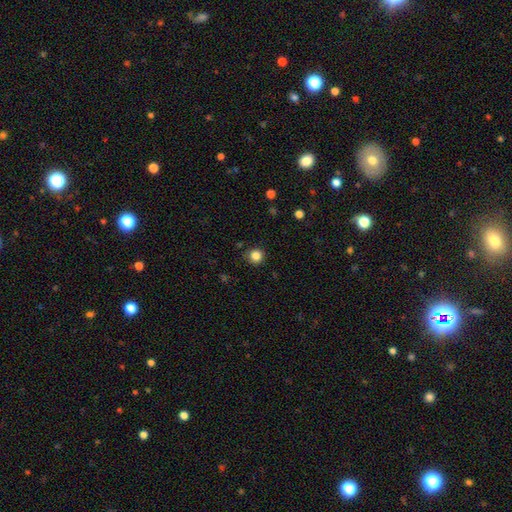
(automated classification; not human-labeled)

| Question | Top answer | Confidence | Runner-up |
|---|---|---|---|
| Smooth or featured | smooth | 85% | star or artifact (12%) |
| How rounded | round | 93% | in between (6%) |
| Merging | none | 87% | minor disturbance (9%) |